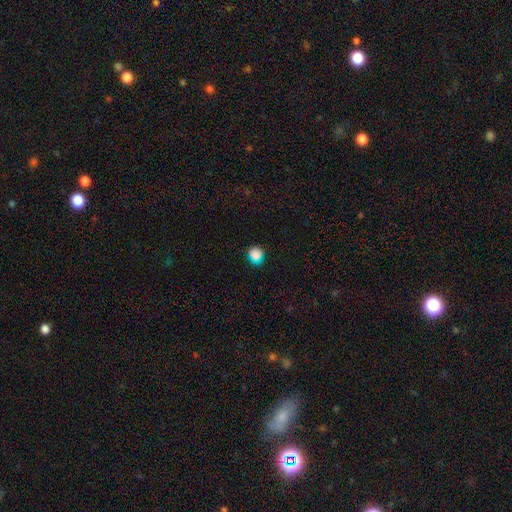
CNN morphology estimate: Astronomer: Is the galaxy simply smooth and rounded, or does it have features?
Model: smooth — 74%.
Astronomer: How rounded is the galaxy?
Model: round — 84%.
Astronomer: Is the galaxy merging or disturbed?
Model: none — 84%.